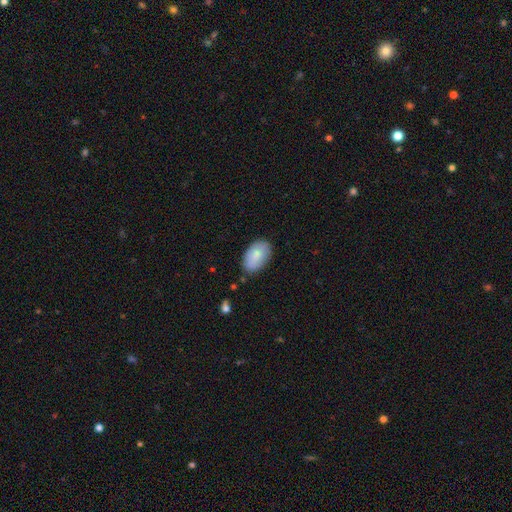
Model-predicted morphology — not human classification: A smooth galaxy with no disk features (84%) that is in between round and cigar-shaped (94%).

Vote fractions:
- Smooth or featured? smooth: 84% / featured or disk: 10% / star or artifact: 6%
- How rounded? in between: 94% / round: 5% / cigar-shaped: 1%
- Merging? none: 81% / minor disturbance: 15% / major disturbance: 3% / merger: 2%